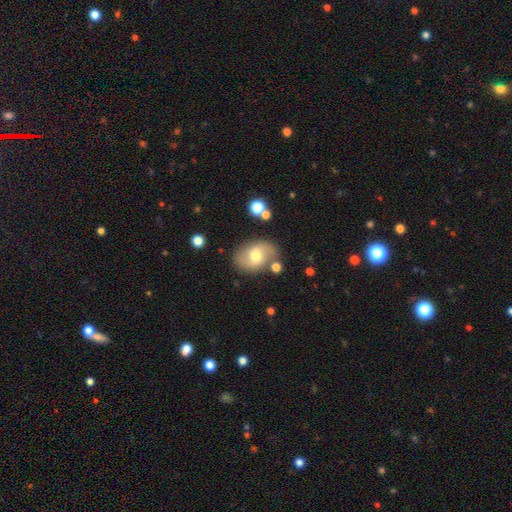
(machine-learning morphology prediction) Smooth or featured: featured or disk — 52% (smooth — 40%)
Edge-on disk: no — 96% (yes — 4%)
Merging: none — 77% (minor disturbance — 13%)